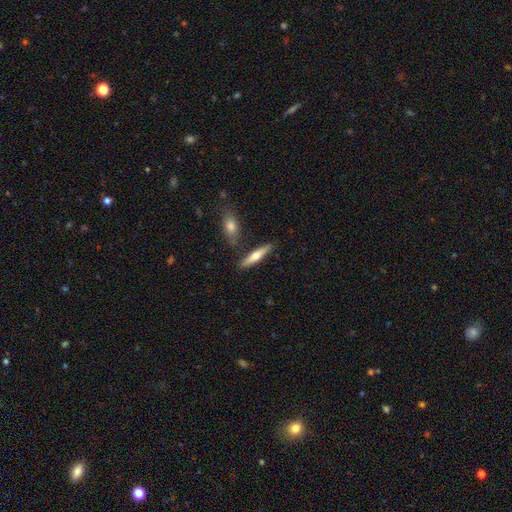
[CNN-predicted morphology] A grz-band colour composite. It shows a smooth galaxy with no disk features (53%) that is cigar-shaped (84%). Merging: none (81%).